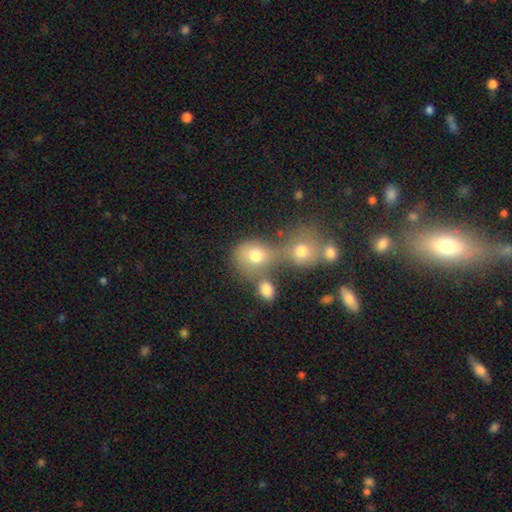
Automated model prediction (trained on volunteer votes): This is likely a smooth galaxy (74%). How rounded: likely round (67%). Merging: possibly merger (52%).